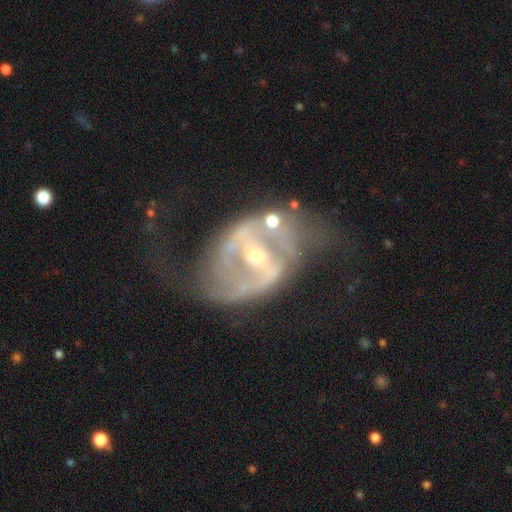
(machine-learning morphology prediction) type=featured or disk (88%); edge-on=no (96%); bar=strong (56%); spiral arms=yes (86%); winding=medium (46%); arm count=2 (81%); bulge=small (48%); merging=none (46%).